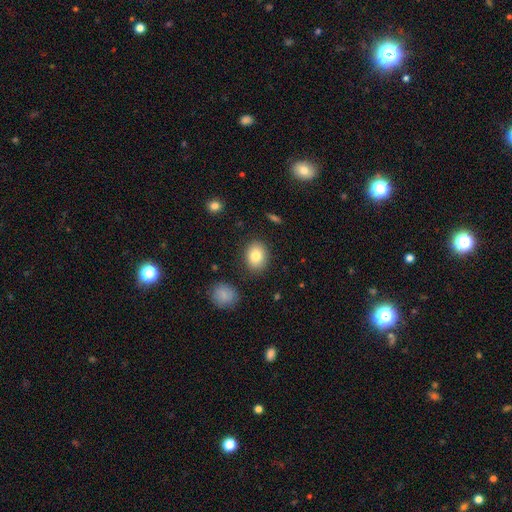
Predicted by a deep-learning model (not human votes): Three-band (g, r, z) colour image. It shows a smooth galaxy with no disk features (82%) that is in between round and cigar-shaped (54%). Merging: none (86%).